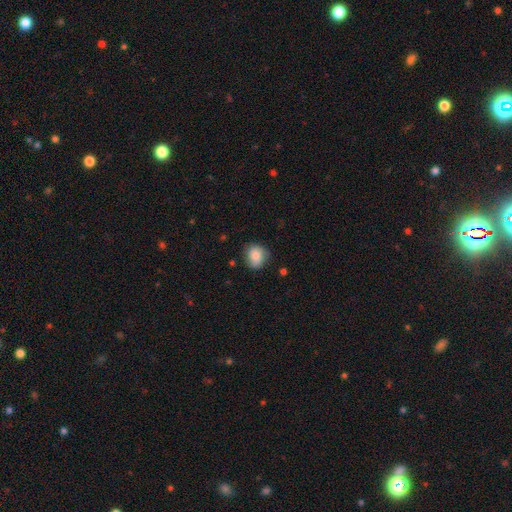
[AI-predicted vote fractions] smooth-or-featured: smooth: 77% | featured or disk: 15% | star or artifact: 8%
  how-rounded: round: 69% | in between: 30% | cigar-shaped: 1%
  merging: none: 69% | minor disturbance: 23% | major disturbance: 6% | merger: 2%